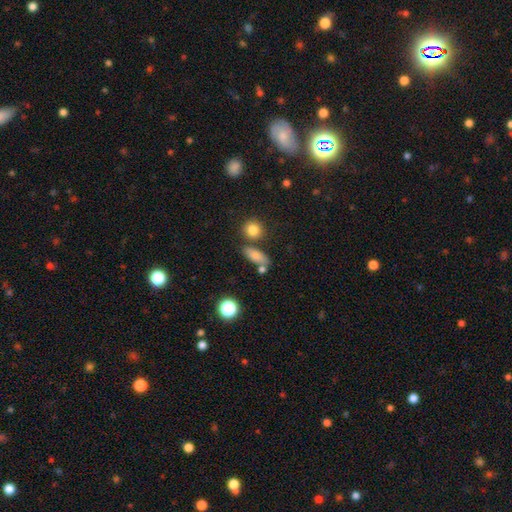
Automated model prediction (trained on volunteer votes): Morphology: type=smooth (78%); roundness=in between (65%); merging=none (66%).